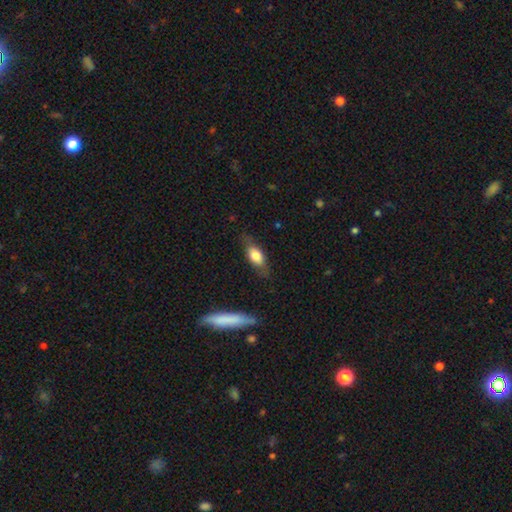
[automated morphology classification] A smooth galaxy with no disk features (71%) that is in between round and cigar-shaped (75%). Merging: none (75%).